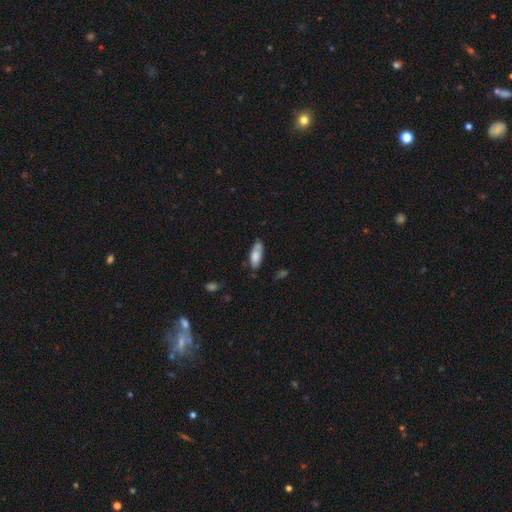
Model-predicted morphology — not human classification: Q: Smooth or featured?
A: smooth (78%); runner-up: featured or disk (15%)
Q: How rounded?
A: in between (74%); runner-up: cigar-shaped (24%)
Q: Merging?
A: none (62%); runner-up: minor disturbance (27%)